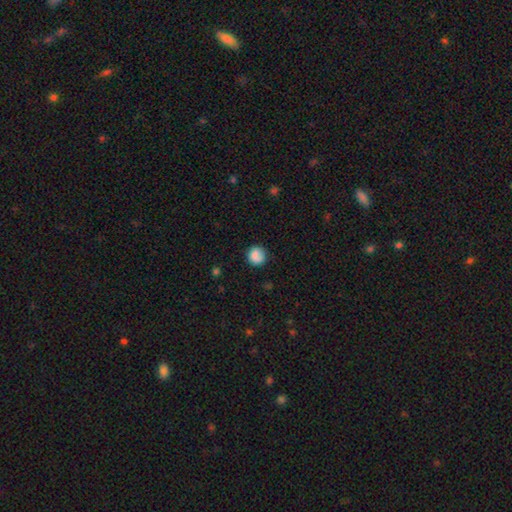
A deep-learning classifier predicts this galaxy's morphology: Overall: smooth (84%). How rounded: round (87%). Merging: none (79%).